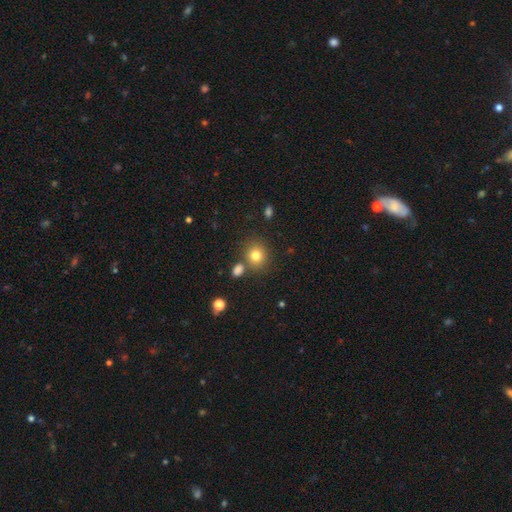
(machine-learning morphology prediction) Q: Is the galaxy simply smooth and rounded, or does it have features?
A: smooth — 79%.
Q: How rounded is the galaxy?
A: round — 81%.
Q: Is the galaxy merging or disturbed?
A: none — 75%.